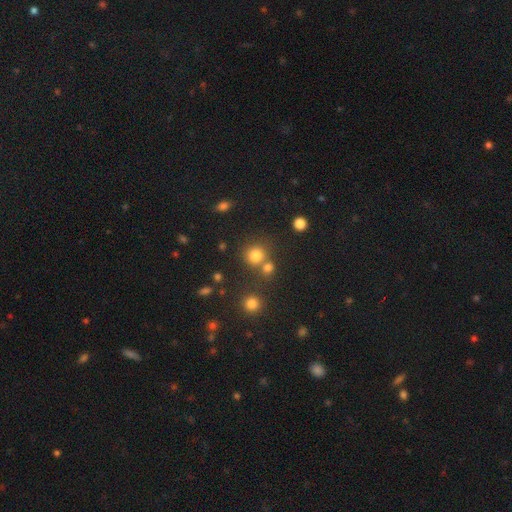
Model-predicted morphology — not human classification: A smooth galaxy with no disk features (78%) that is round (88%). Merging: none (64%).